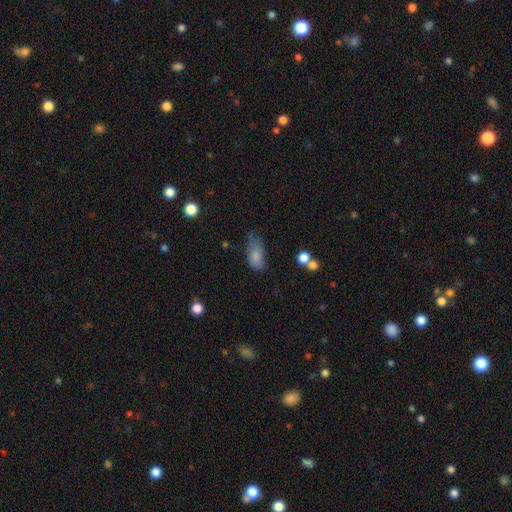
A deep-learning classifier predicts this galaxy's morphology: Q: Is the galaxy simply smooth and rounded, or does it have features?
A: smooth — 79%.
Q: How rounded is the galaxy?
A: in between — 87%.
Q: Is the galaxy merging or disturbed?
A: minor disturbance — 42%.